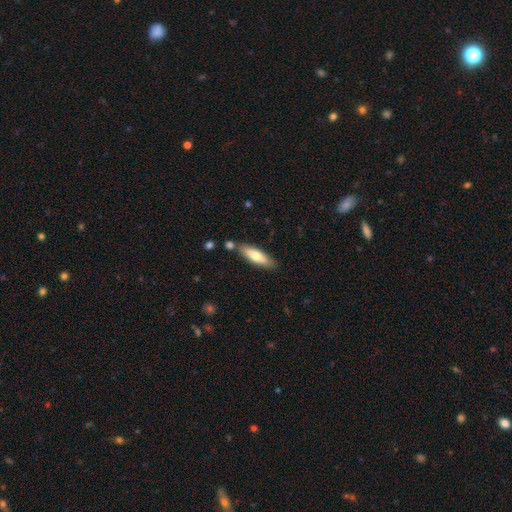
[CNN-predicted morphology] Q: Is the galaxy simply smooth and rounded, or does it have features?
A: smooth — 68%.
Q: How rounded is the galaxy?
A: cigar-shaped — 58%.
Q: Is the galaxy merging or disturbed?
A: none — 77%.